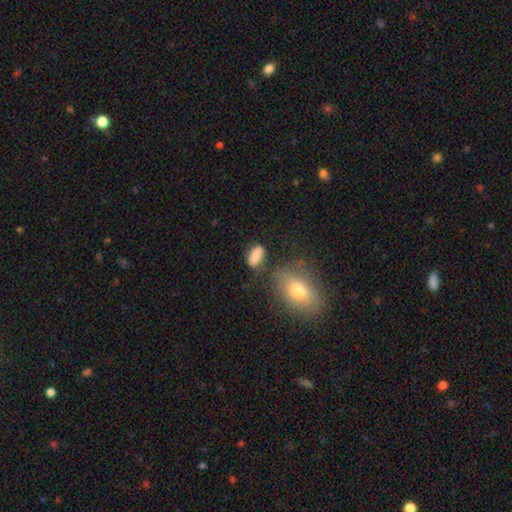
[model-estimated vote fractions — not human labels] Smooth or featured: smooth — 80% (featured or disk — 11%)
How rounded: in between — 85% (cigar-shaped — 10%)
Merging: none — 64% (minor disturbance — 20%)